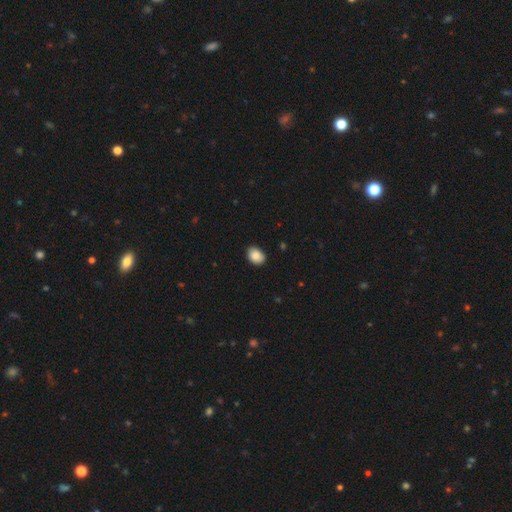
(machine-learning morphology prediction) Smooth or featured?
  - smooth: 88% *
  - star or artifact: 8%
  - featured or disk: 4%
How rounded?
  - in between: 74% *
  - round: 25%
  - cigar-shaped: 1%
Merging?
  - none: 84% *
  - minor disturbance: 13%
  - major disturbance: 2%
  - merger: 1%